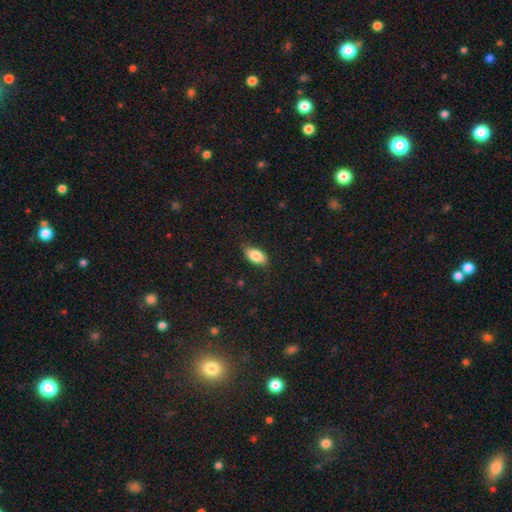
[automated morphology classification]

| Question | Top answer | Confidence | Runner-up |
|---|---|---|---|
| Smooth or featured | smooth | 84% | featured or disk (9%) |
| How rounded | in between | 92% | cigar-shaped (4%) |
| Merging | none | 80% | minor disturbance (16%) |